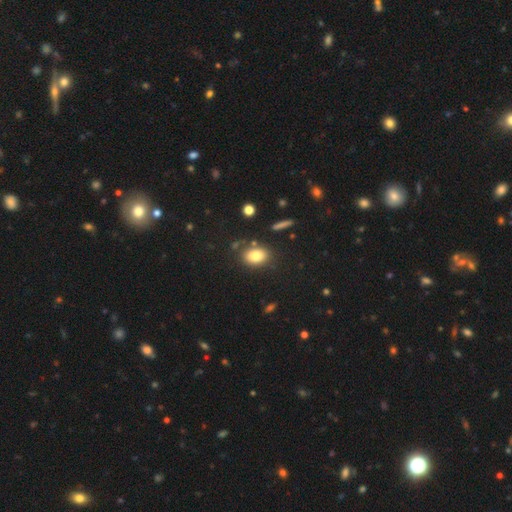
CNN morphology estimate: smooth 80%, star or artifact 10%, featured or disk 10%. Down the decision tree: how rounded — in between (73%); merging — none (79%).